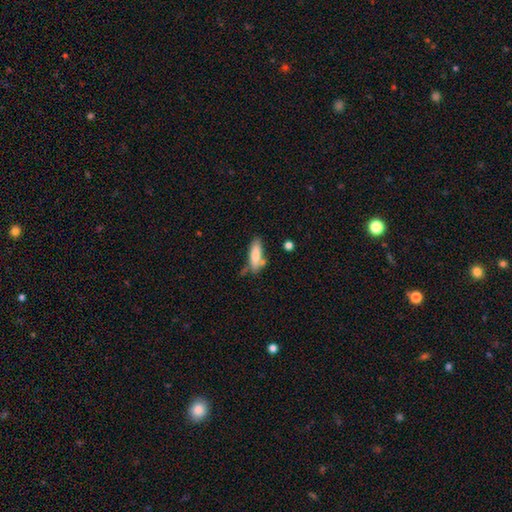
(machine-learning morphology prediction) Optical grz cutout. It shows a smooth galaxy with no disk features (78%) that is in between round and cigar-shaped (55%). Merging: none (59%).